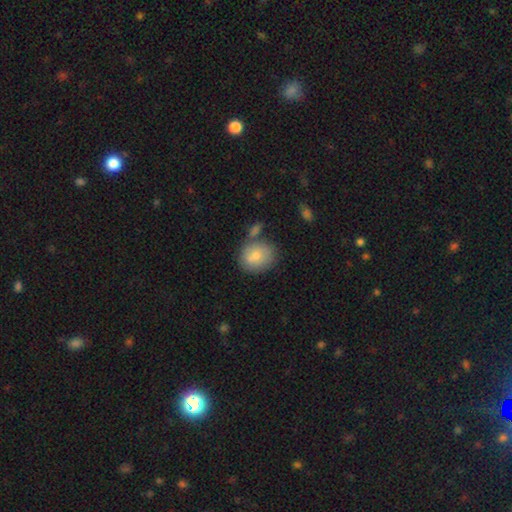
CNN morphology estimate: smooth_or_featured: smooth (p=0.77) [alt: featured or disk p=0.16]
how_rounded: round (p=0.73) [alt: in between p=0.26]
merging: none (p=0.56) [alt: merger p=0.22]